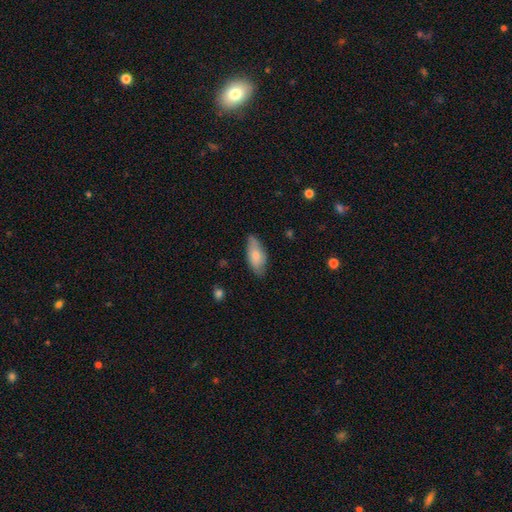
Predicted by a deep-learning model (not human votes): smooth 75%, featured or disk 19%, star or artifact 6%. Down the decision tree: how rounded — in between (86%); merging — none (72%).